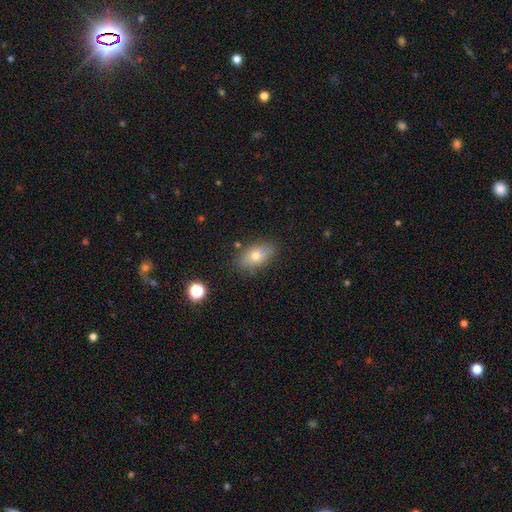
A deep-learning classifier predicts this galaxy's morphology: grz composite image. It shows a smooth galaxy with no disk features (70%) that is in between round and cigar-shaped (87%). Merging: none (82%).